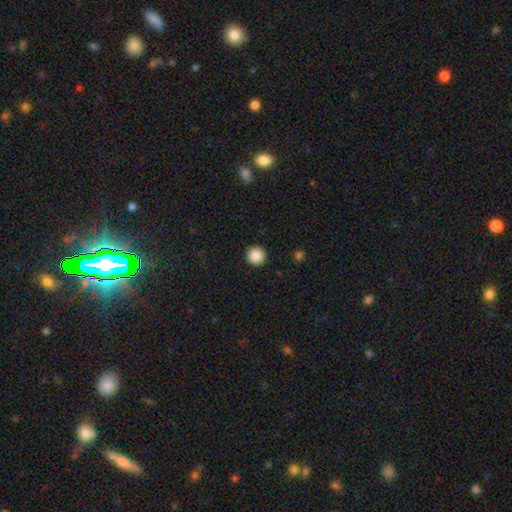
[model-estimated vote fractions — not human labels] Smooth or featured? smooth (88%)
How rounded? round (96%)
Merging? none (93%)